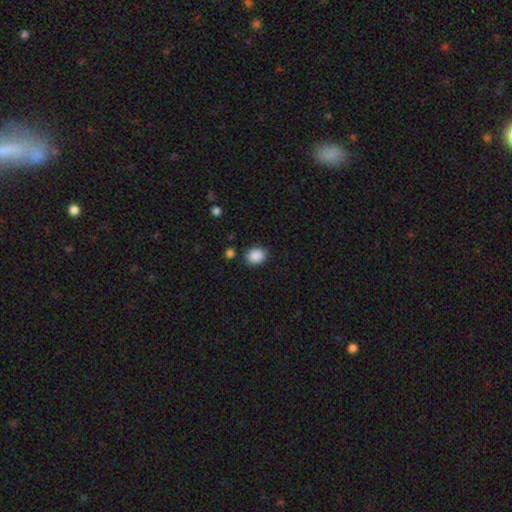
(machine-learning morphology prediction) type=smooth (88%); roundness=round (55%); merging=none (84%).